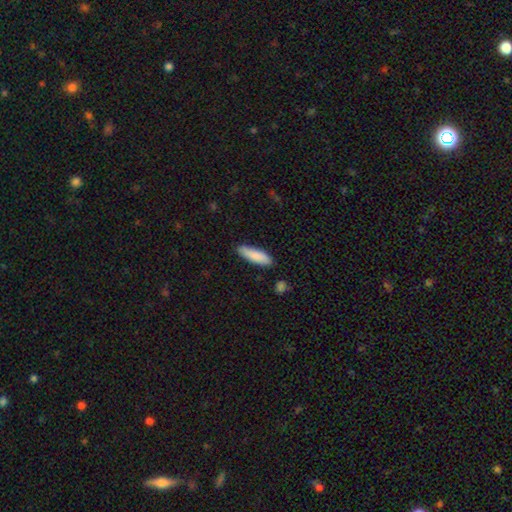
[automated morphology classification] Overall: smooth (87%). How rounded: cigar-shaped (57%; in between 41%). Merging: none (83%).